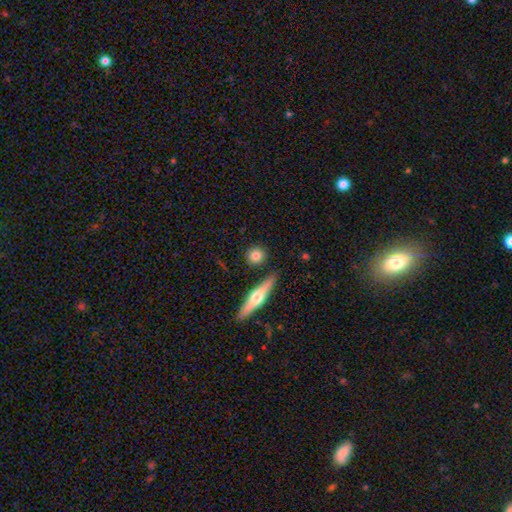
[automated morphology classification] The model was most divided on "smooth or featured": smooth: 79%, featured or disk: 14%, star or artifact: 7%. More confident: merging — none (85%); how rounded — round (84%).